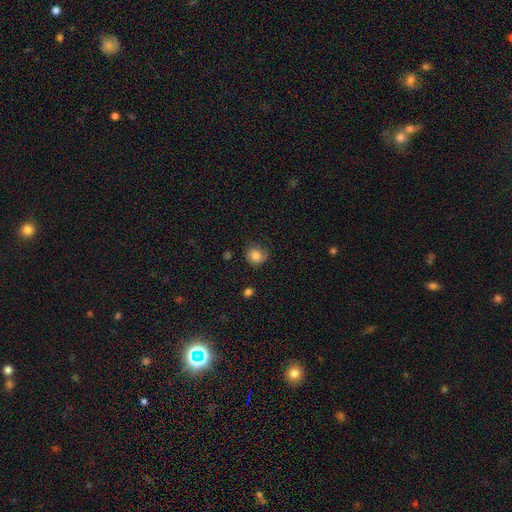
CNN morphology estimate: Overall: smooth (77%). How rounded: round (80%). Merging: none (64%; minor disturbance 26%).